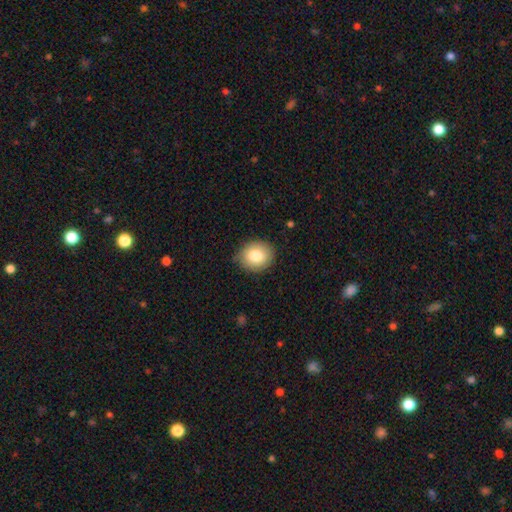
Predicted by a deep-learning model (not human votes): This appears to be a smooth galaxy with no disk features (81%) that is round (70%). Merging: none (82%).